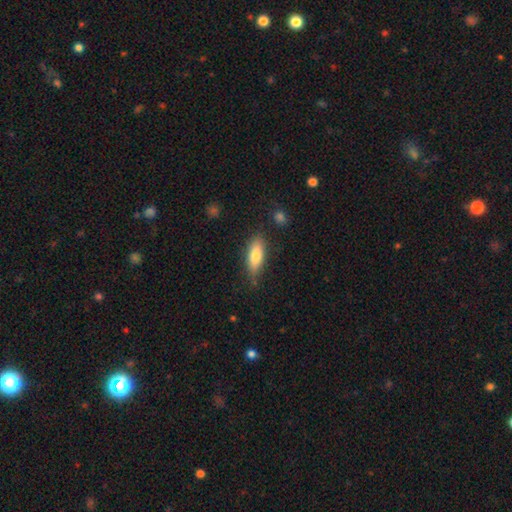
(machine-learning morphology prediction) This is likely a smooth galaxy (76%). How rounded: likely in between (62%). Merging: likely none (78%).